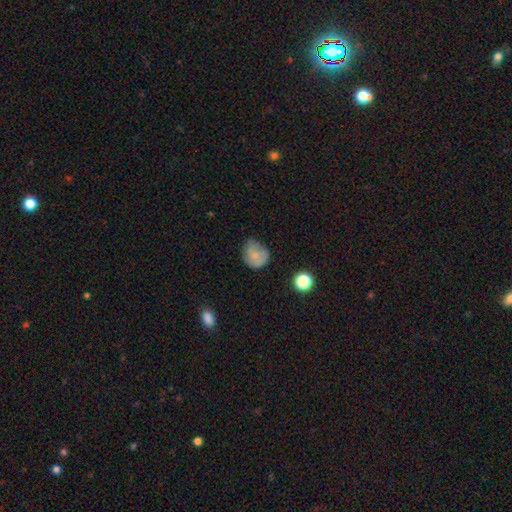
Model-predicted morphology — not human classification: smooth 71%, featured or disk 18%, star or artifact 10%. Down the decision tree: how rounded — round (74%); merging — none (52%).